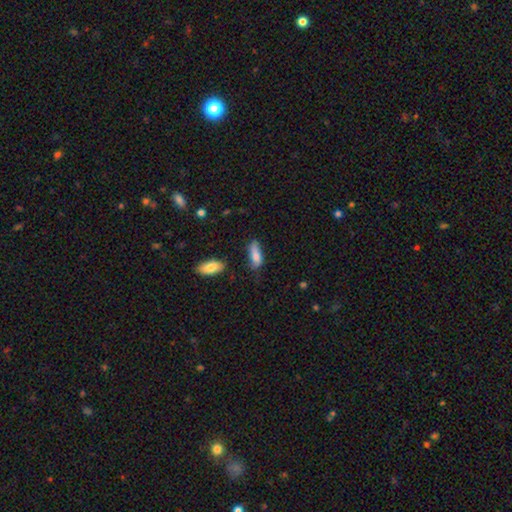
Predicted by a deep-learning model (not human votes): This appears to be a smooth galaxy with no disk features (79%) that is in between round and cigar-shaped (66%). Merging: none (55%).